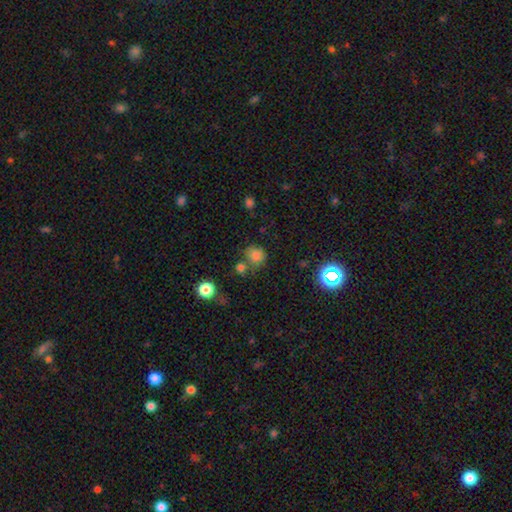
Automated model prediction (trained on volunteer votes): Smooth or featured? Predicted: smooth (p=0.76). How rounded? Predicted: round (p=0.80). Merging? Predicted: none (p=0.59).